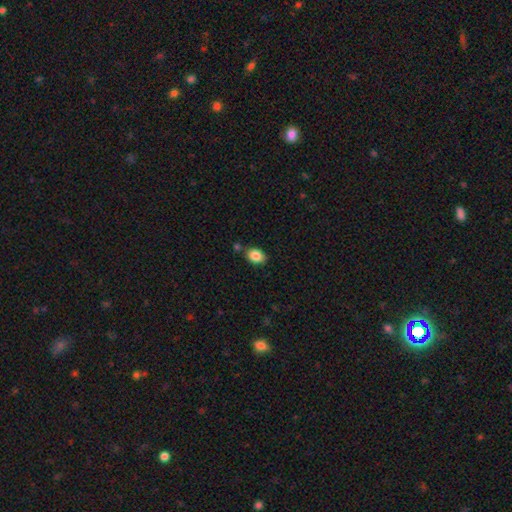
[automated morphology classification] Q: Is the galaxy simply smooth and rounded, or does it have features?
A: smooth — 86%.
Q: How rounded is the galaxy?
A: in between — 67%.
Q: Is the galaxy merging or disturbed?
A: none — 78%.